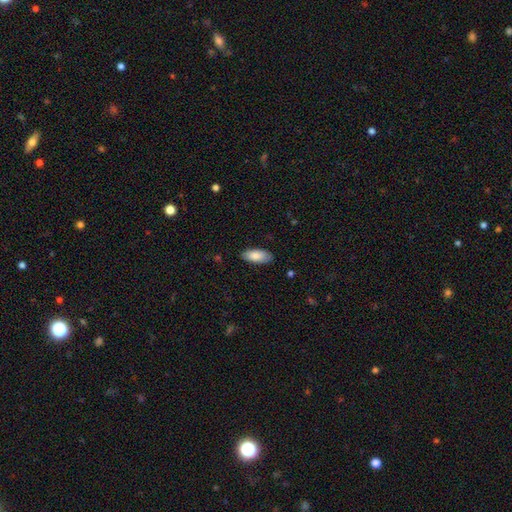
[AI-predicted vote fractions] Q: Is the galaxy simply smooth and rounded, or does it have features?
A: smooth — 85%.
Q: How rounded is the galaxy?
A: in between — 87%.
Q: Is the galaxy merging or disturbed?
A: none — 85%.